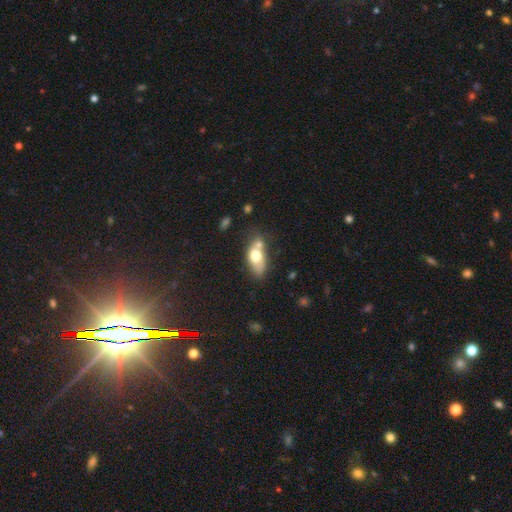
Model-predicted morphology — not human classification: Smooth or featured?
  - smooth: 66% *
  - featured or disk: 26%
  - star or artifact: 8%
How rounded?
  - in between: 82% *
  - cigar-shaped: 10%
  - round: 8%
Merging?
  - none: 40% *
  - merger: 33%
  - minor disturbance: 19%
  - major disturbance: 8%